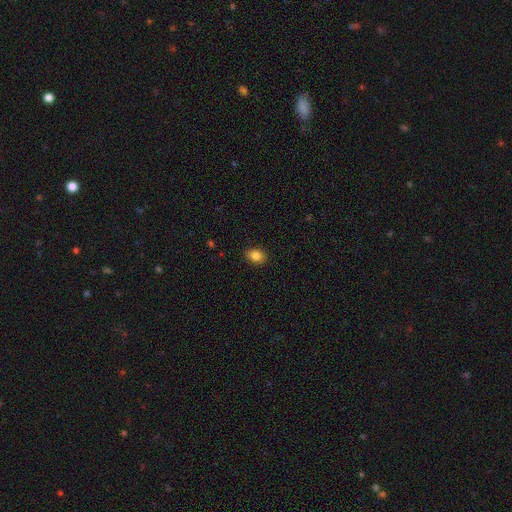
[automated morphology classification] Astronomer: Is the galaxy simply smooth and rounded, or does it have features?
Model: smooth — 86%.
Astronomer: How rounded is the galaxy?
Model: in between — 71%.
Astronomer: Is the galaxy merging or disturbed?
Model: none — 88%.